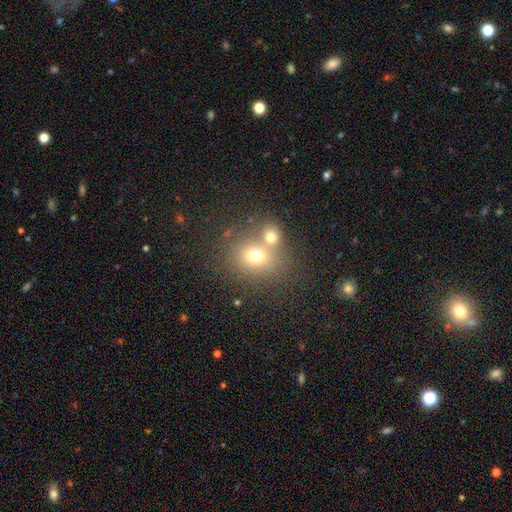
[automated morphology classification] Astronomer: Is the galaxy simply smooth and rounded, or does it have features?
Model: smooth — 69%.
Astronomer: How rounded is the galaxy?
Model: round — 68%.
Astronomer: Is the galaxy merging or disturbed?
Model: none — 45% (runner-up: merger, 43%).